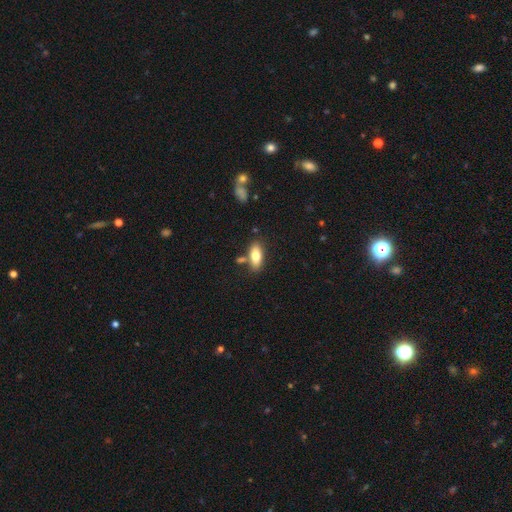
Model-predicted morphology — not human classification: The model was most divided on "smooth or featured": smooth: 77%, featured or disk: 16%, star or artifact: 7%. More confident: how rounded — in between (84%); merging — none (74%).